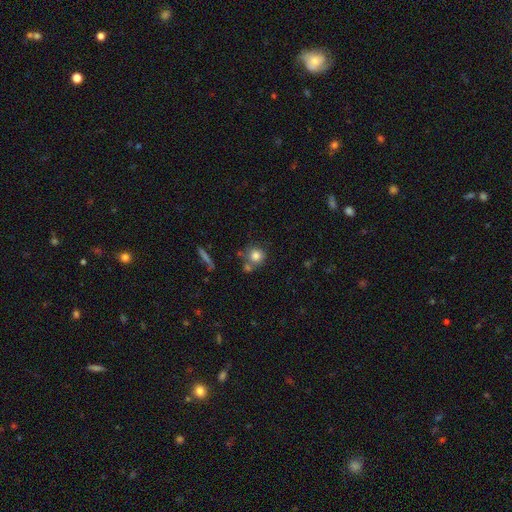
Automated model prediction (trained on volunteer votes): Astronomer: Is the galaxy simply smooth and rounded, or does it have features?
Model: smooth — 81%.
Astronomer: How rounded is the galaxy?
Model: round — 90%.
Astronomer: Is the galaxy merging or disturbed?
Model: none — 64%.